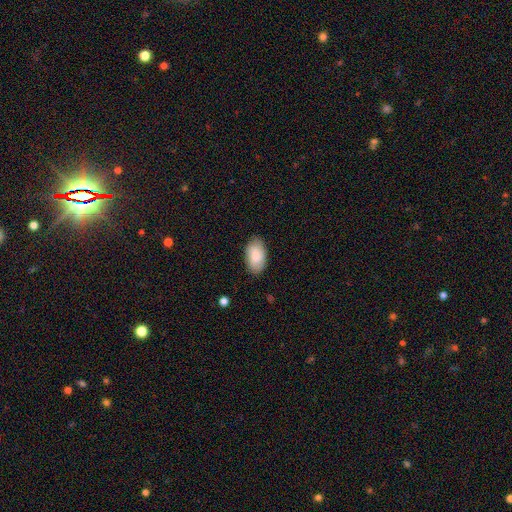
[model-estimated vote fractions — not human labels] Smooth or featured? smooth (84%)
How rounded? in between (94%)
Merging? none (83%)